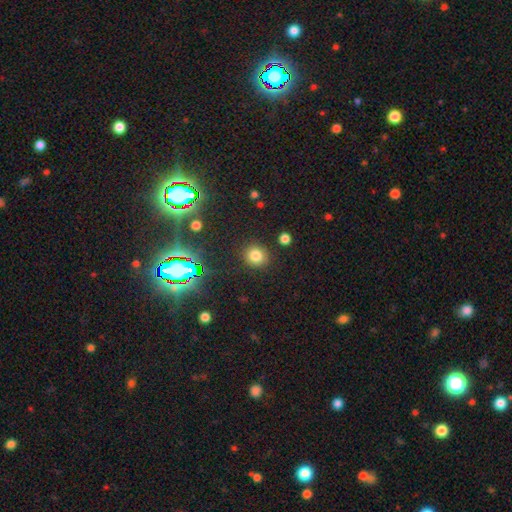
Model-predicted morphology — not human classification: Q: Smooth or featured?
A: smooth (76%); runner-up: star or artifact (18%)
Q: How rounded?
A: round (84%); runner-up: in between (15%)
Q: Merging?
A: none (88%); runner-up: minor disturbance (7%)